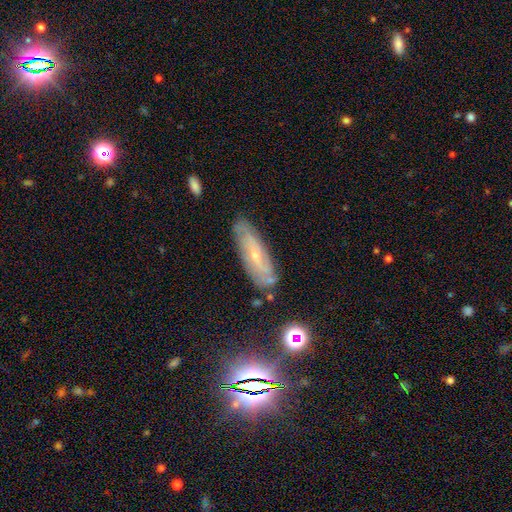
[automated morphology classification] A featured or disk galaxy (65%).

Vote fractions:
- Smooth or featured? featured or disk: 65% / smooth: 24% / star or artifact: 11%
- Edge-on disk? no: 75% / yes: 25%
- Merging? none: 75% / minor disturbance: 18% / major disturbance: 4% / merger: 2%